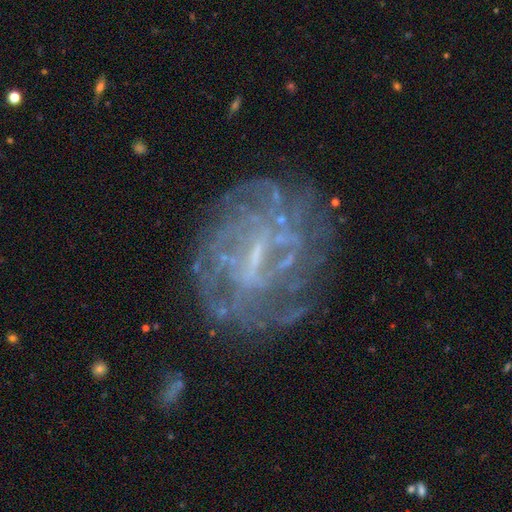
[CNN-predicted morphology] Smooth or featured?
  - featured or disk: 78% *
  - smooth: 11%
  - star or artifact: 11%
Edge-on disk?
  - no: 97% *
  - yes: 3%
Bar?
  - weak: 51% *
  - strong: 25%
  - no: 24%
Spiral arms?
  - yes: 66% *
  - no: 34%
Spiral winding?
  - tight: 59% *
  - medium: 28%
  - loose: 14%
Spiral arm count?
  - can't tell: 61% *
  - 2: 10%
  - 4: 9%
  - 3: 8%
  - more than 4: 7%
  - 1: 5%
Bulge size?
  - small: 51% *
  - none: 31%
  - moderate: 16%
  - large: 2%
  - dominant: 1%
Merging?
  - none: 69% *
  - minor disturbance: 16%
  - major disturbance: 13%
  - merger: 3%